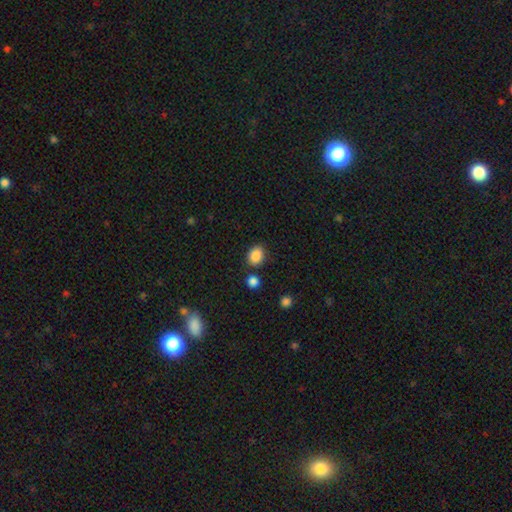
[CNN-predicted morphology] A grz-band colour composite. It shows a smooth galaxy with no disk features (87%) that is in between round and cigar-shaped (53%). Merging: none (79%).